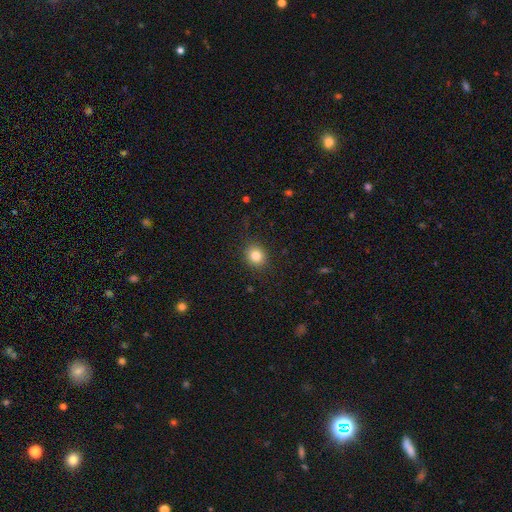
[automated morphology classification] Overall: smooth (82%). How rounded: round (78%). Merging: none (88%).